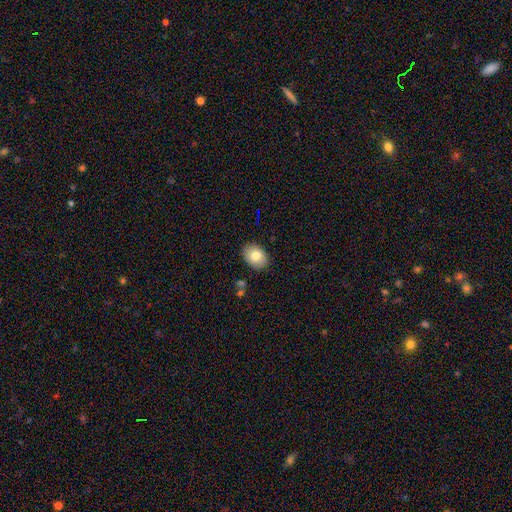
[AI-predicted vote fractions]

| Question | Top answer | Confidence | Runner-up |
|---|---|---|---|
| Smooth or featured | smooth | 80% | featured or disk (12%) |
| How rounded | in between | 73% | round (26%) |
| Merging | none | 86% | minor disturbance (10%) |